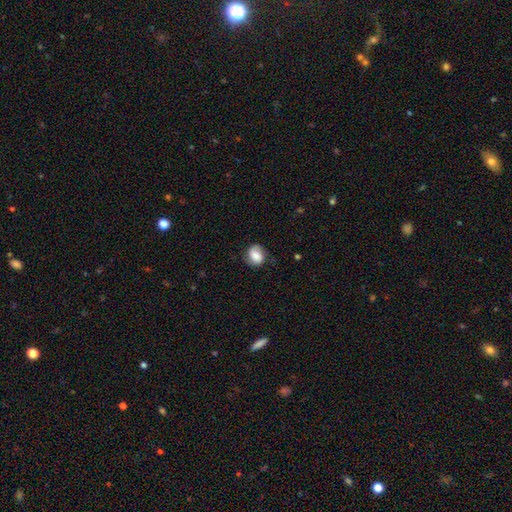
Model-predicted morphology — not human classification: type=smooth (63%); roundness=round (58%); merging=none (66%).